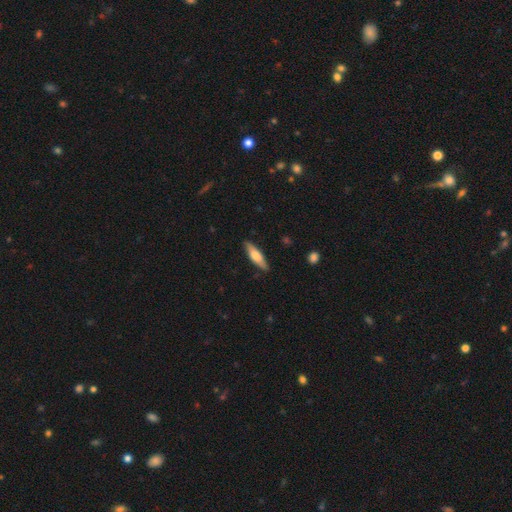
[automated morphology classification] smooth 57%, featured or disk 37%, star or artifact 5%. Down the decision tree: how rounded — cigar-shaped (64%); merging — none (87%).